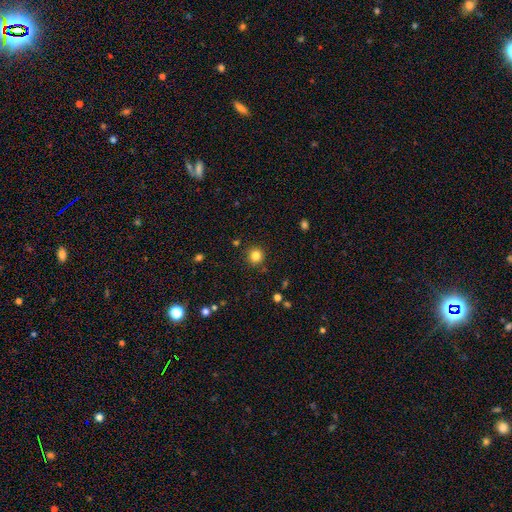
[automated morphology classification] smooth 82%, star or artifact 12%, featured or disk 5%. Down the decision tree: how rounded — round (95%); merging — none (90%).